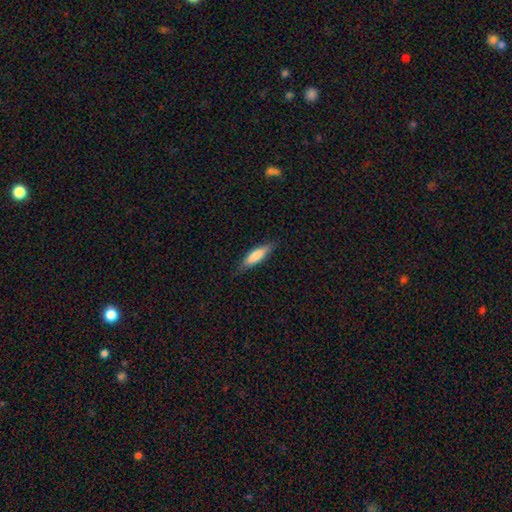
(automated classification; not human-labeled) A smooth galaxy with no disk features (76%) that is cigar-shaped (65%). Merging: none (81%).